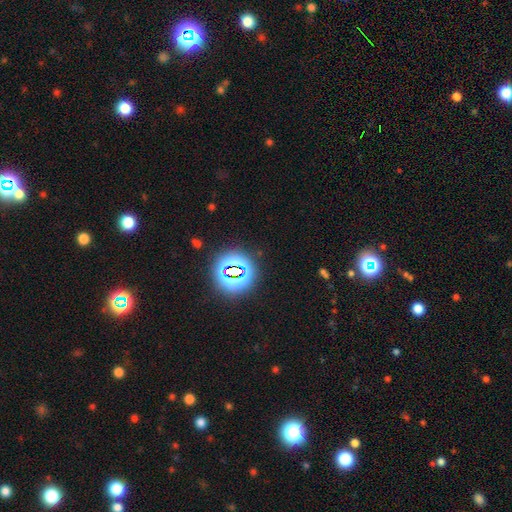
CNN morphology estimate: Smooth or featured?
  - star or artifact: 76% *
  - smooth: 17%
  - featured or disk: 7%